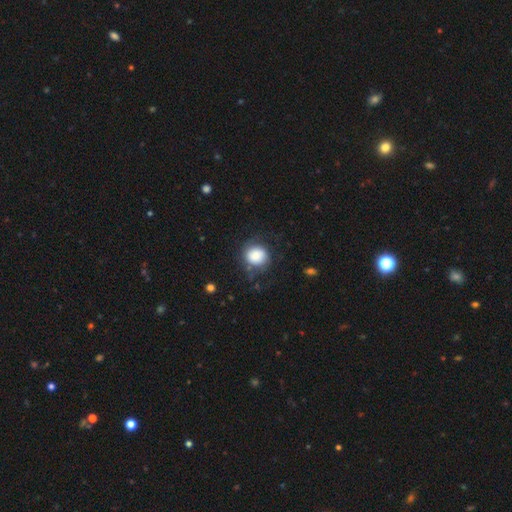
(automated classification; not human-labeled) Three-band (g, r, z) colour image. It shows a smooth galaxy with no disk features (80%) that is round (84%). Merging: none (68%).